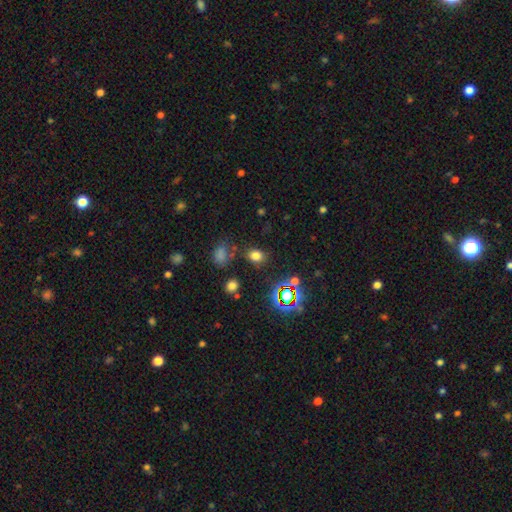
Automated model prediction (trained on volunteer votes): smooth-or-featured: smooth: 71% | star or artifact: 23% | featured or disk: 6%
  how-rounded: in between: 55% | round: 44% | cigar-shaped: 1%
  merging: none: 79% | minor disturbance: 12% | merger: 5% | major disturbance: 4%